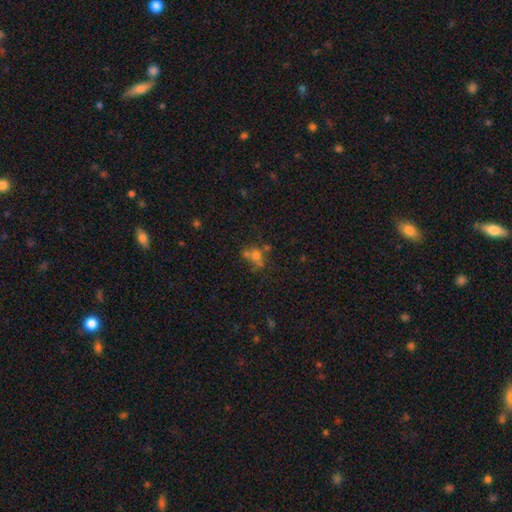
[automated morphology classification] A smooth galaxy with no disk features (52%) that is round (67%).

Vote fractions:
- Smooth or featured? smooth: 52% / featured or disk: 25% / star or artifact: 23%
- How rounded? round: 67% / in between: 31% / cigar-shaped: 2%
- Merging? none: 41% / merger: 39% / minor disturbance: 12% / major disturbance: 9%